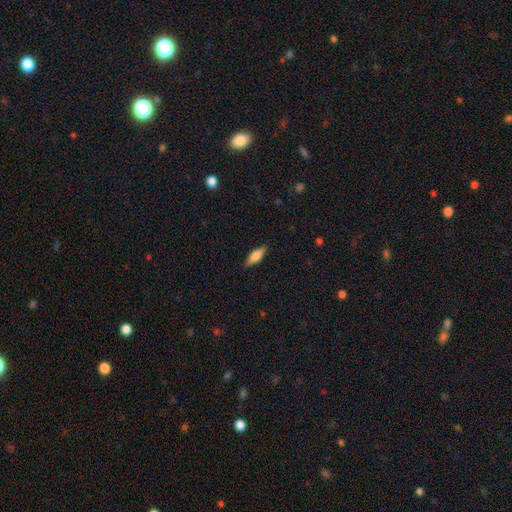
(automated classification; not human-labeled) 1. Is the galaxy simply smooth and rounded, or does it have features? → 71% smooth, 23% featured or disk, 6% star or artifact.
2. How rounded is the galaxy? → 60% in between, 38% cigar-shaped, 2% round.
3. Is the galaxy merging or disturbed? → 87% none, 10% minor disturbance, 2% major disturbance, 1% merger.